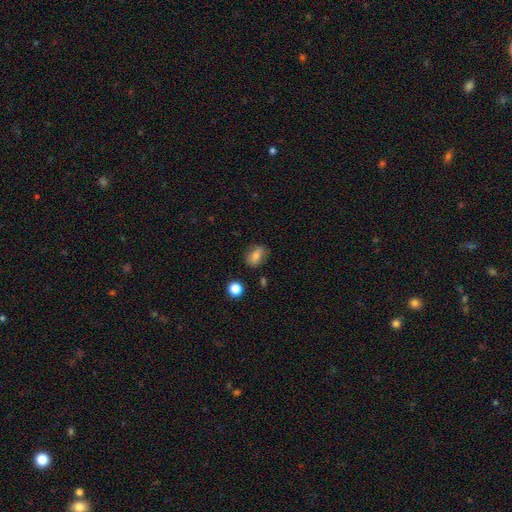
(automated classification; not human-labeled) A smooth galaxy with no disk features (75%) that is in between round and cigar-shaped (72%).

Vote fractions:
- Smooth or featured? smooth: 75% / featured or disk: 15% / star or artifact: 11%
- How rounded? in between: 72% / round: 25% / cigar-shaped: 3%
- Merging? none: 75% / minor disturbance: 18% / major disturbance: 5% / merger: 2%